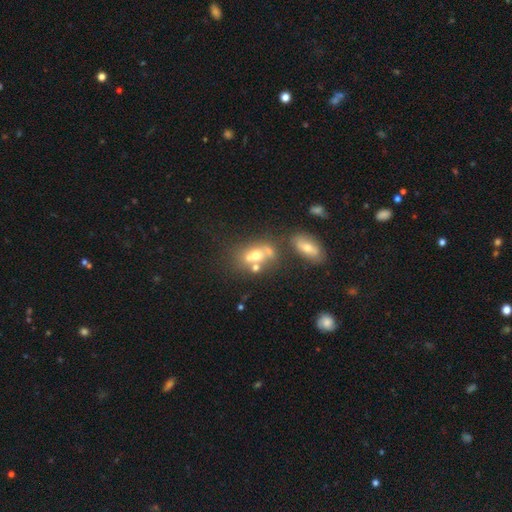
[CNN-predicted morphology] Smooth or featured? Predicted: smooth (p=0.55). How rounded? Predicted: in between (p=0.60). Merging? Predicted: merger (p=0.48).